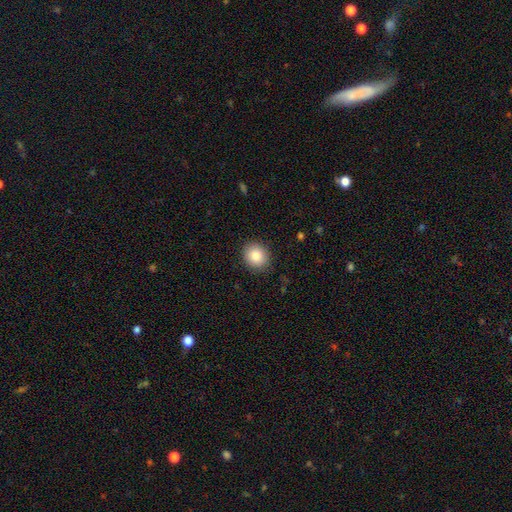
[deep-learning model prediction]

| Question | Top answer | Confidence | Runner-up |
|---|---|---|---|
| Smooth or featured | smooth | 85% | star or artifact (8%) |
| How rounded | round | 78% | in between (21%) |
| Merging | none | 89% | minor disturbance (8%) |